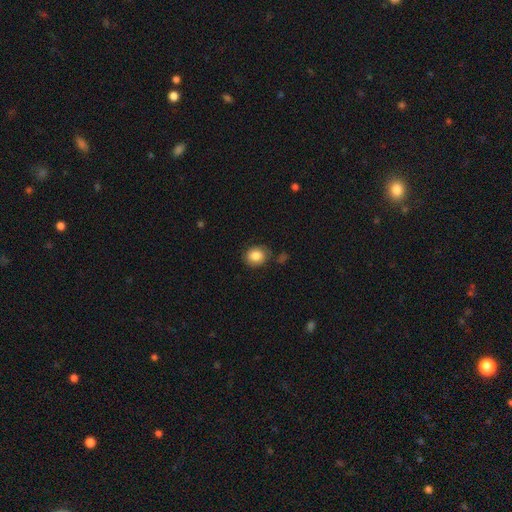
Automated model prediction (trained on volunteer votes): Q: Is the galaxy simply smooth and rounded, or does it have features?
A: smooth — 84%.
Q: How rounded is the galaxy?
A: round — 66%.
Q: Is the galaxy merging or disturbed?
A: none — 78%.